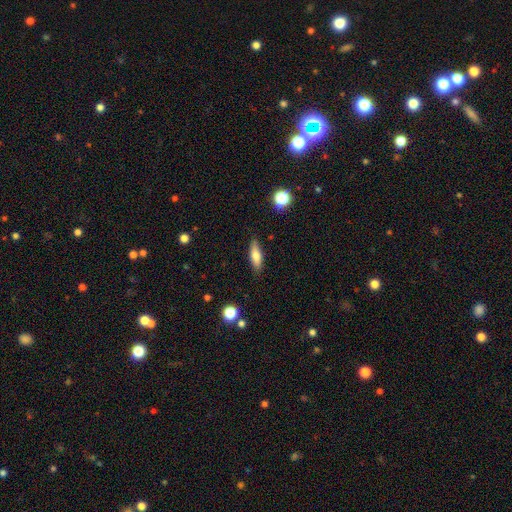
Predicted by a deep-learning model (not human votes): Smooth or featured?
  - smooth: 72% *
  - featured or disk: 21%
  - star or artifact: 7%
How rounded?
  - in between: 53% *
  - cigar-shaped: 44%
  - round: 3%
Merging?
  - none: 85% *
  - minor disturbance: 11%
  - major disturbance: 2%
  - merger: 2%